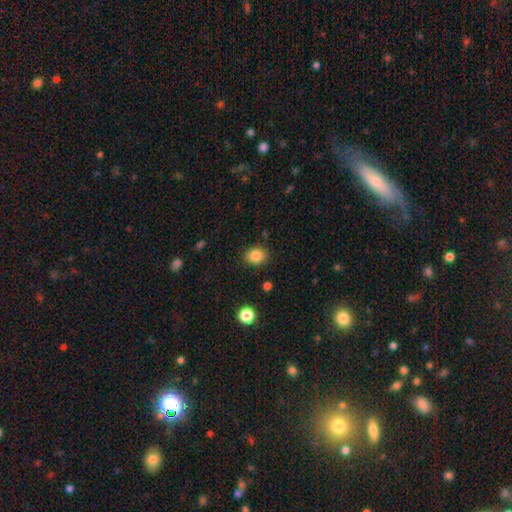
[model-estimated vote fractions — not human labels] This appears to be a smooth galaxy with no disk features (85%) that is round (62%). Merging: none (87%).